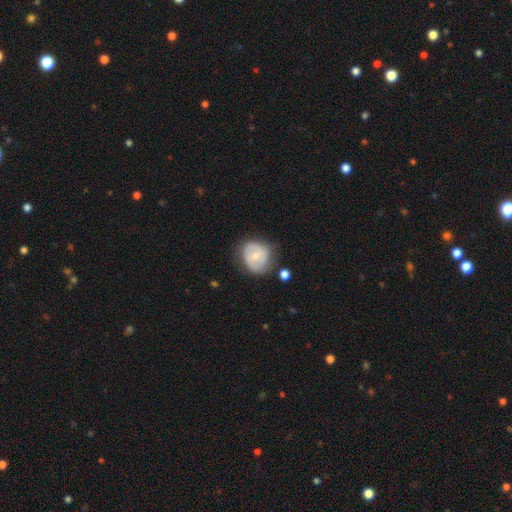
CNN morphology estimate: This is possibly a smooth galaxy (51%). How rounded: likely round (69%). Merging: possibly none (59%).